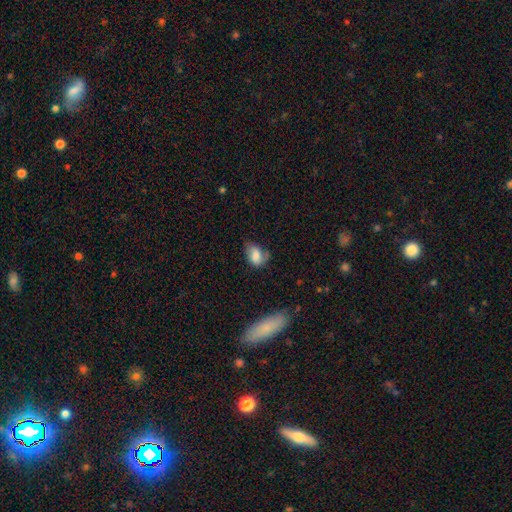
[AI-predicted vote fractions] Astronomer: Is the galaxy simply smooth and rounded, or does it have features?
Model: smooth — 68%.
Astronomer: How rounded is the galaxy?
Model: in between — 81%.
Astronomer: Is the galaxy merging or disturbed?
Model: none — 42% (runner-up: minor disturbance, 36%).